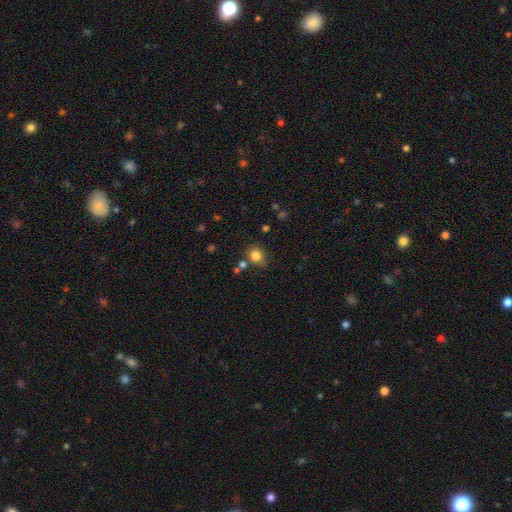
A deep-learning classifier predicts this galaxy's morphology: Smooth or featured? smooth (83%)
How rounded? round (79%)
Merging? none (73%)